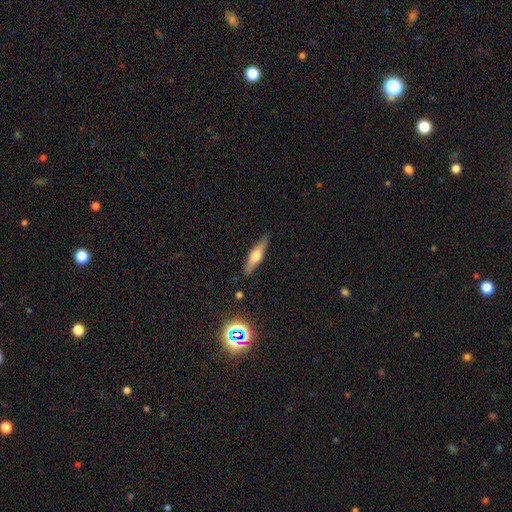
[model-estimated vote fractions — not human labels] A featured or disk galaxy (51%) viewed edge-on (93%).

Vote fractions:
- Smooth or featured? featured or disk: 51% / smooth: 42% / star or artifact: 7%
- Edge-on disk? yes: 93% / no: 7%
- Merging? none: 86% / minor disturbance: 10% / major disturbance: 2% / merger: 2%